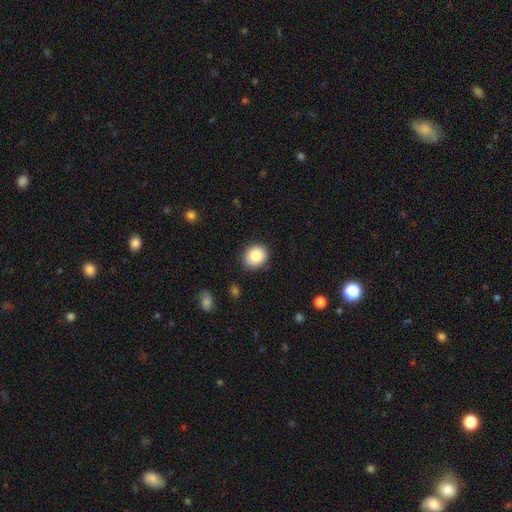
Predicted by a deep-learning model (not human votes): Smooth or featured? smooth (85%)
How rounded? round (71%)
Merging? none (87%)